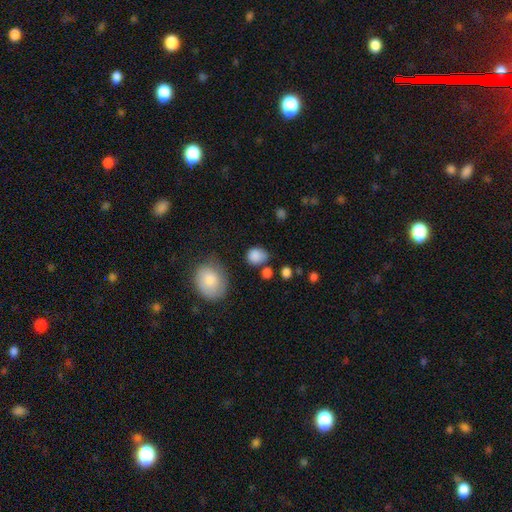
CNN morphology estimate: Smooth or featured? smooth (85%)
How rounded? round (55%)
Merging? none (61%)